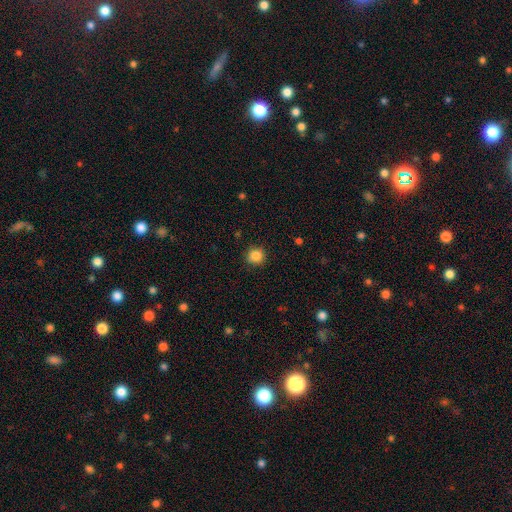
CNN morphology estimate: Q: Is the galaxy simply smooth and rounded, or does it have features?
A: smooth — 85%.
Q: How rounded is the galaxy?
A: round — 92%.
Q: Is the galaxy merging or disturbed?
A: none — 90%.